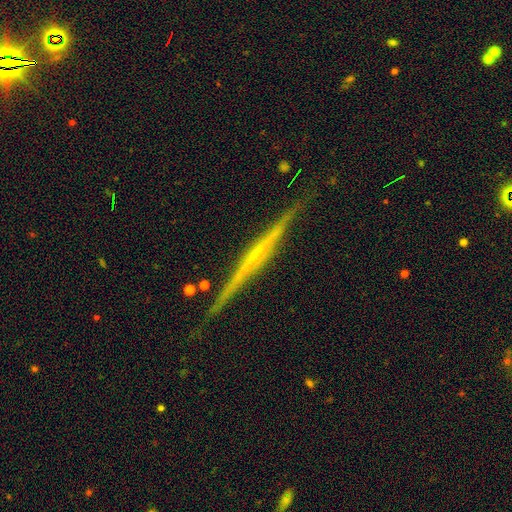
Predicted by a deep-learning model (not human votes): smooth_or_featured: featured or disk (p=0.78) [alt: smooth p=0.16]
disk_edge_on: yes (p=0.98) [alt: no p=0.02]
edge_on_bulge: none (p=0.72) [alt: rounded p=0.20]
merging: none (p=0.90) [alt: minor disturbance p=0.07]